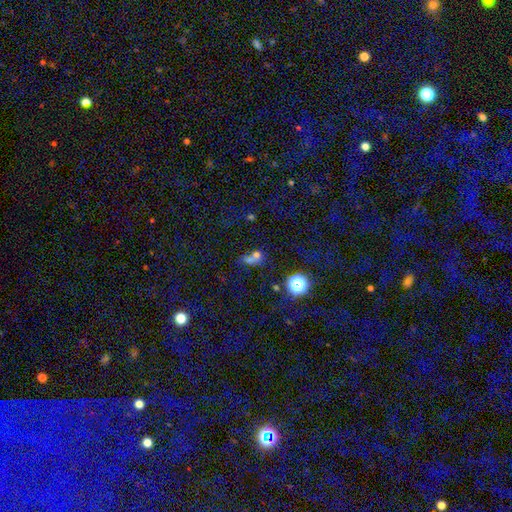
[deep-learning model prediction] Smooth or featured? smooth (60%)
How rounded? round (64%)
Merging? merger (54%)